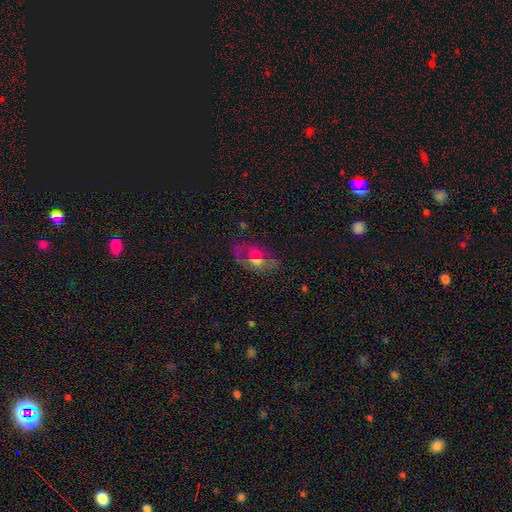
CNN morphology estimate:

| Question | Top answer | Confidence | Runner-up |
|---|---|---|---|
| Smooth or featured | featured or disk | 48% | smooth (37%) |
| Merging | none | 43% | minor disturbance (20%) |